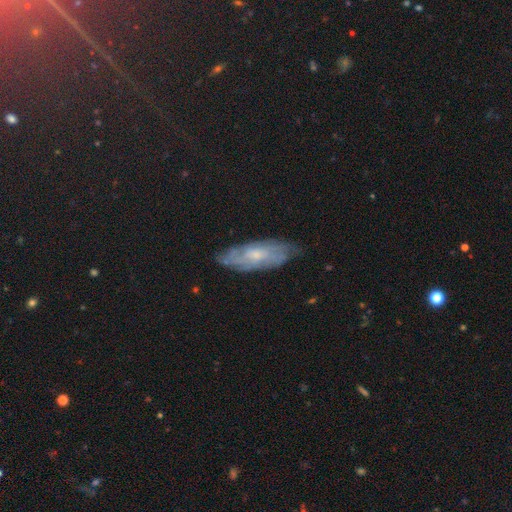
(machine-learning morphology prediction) The model was most divided on "smooth or featured": featured or disk: 54%, smooth: 25%, star or artifact: 21%. More confident: merging — none (81%); edge-on disk — no (74%).